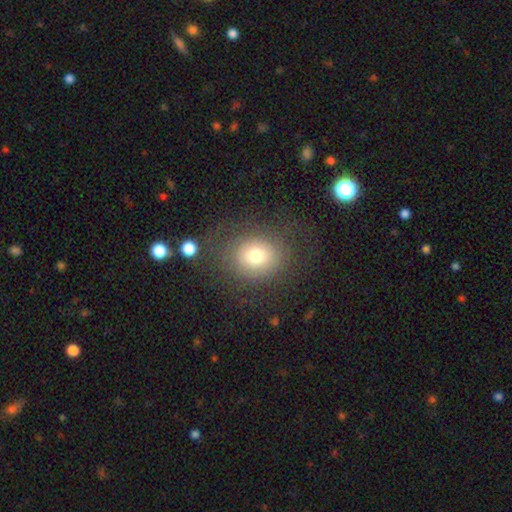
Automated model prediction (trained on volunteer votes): This is likely a smooth galaxy (71%). How rounded: likely round (72%). Merging: likely none (74%).